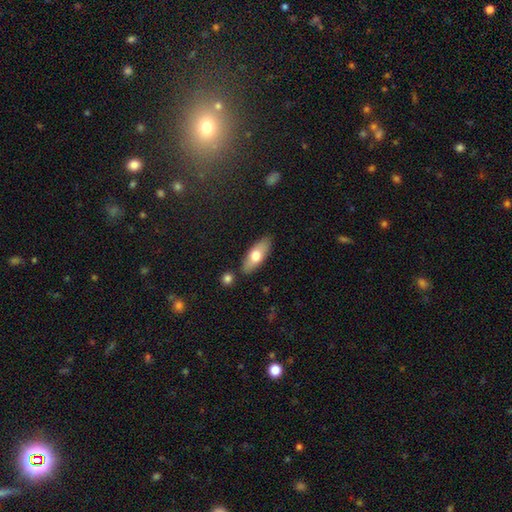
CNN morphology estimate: Smooth or featured?
  - smooth: 65% *
  - featured or disk: 29%
  - star or artifact: 6%
How rounded?
  - in between: 70% *
  - cigar-shaped: 27%
  - round: 3%
Merging?
  - none: 83% *
  - minor disturbance: 11%
  - merger: 4%
  - major disturbance: 2%